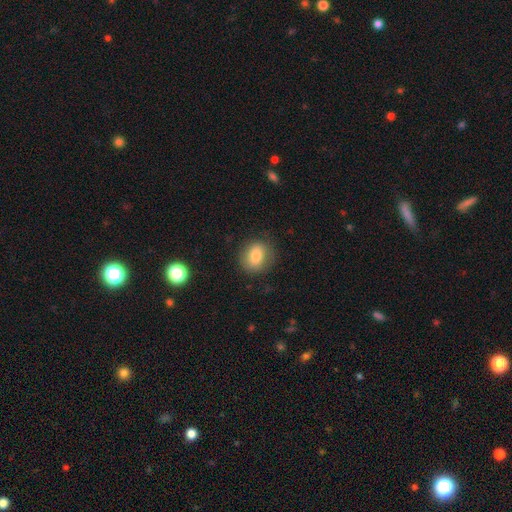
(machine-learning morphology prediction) Smooth or featured? smooth (78%)
How rounded? round (58%)
Merging? none (80%)